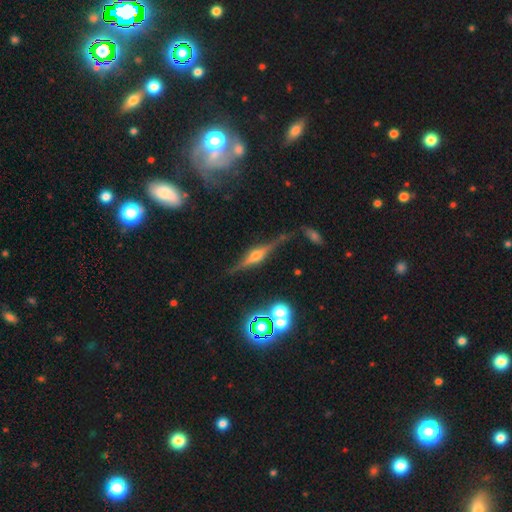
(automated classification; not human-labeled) The model was most divided on "merging": none: 81%, minor disturbance: 12%, major disturbance: 4%, merger: 3%. More confident: edge-on disk — yes (96%); edge-on bulge — rounded (89%); smooth or featured — featured or disk (82%).